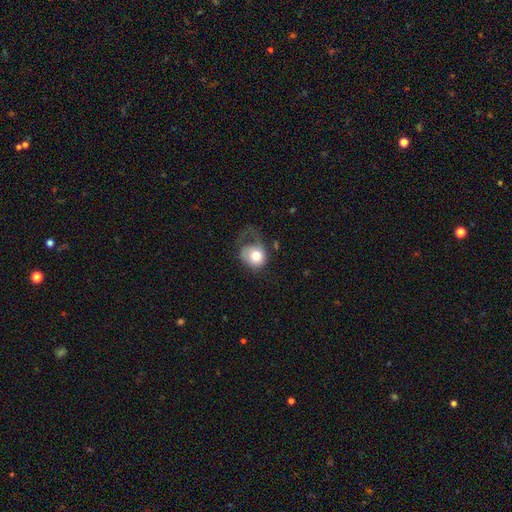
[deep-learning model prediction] Smooth or featured? Predicted: smooth (p=0.70). How rounded? Predicted: round (p=0.72). Merging? Predicted: major disturbance (p=0.46).